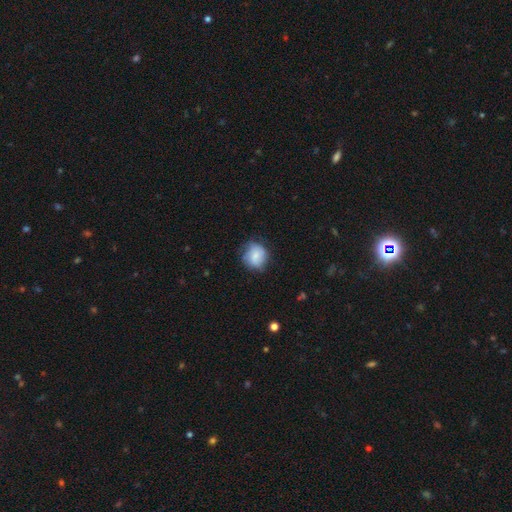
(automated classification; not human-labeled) Q: Smooth or featured?
A: smooth (73%); runner-up: featured or disk (19%)
Q: How rounded?
A: round (81%); runner-up: in between (18%)
Q: Merging?
A: none (63%); runner-up: minor disturbance (27%)